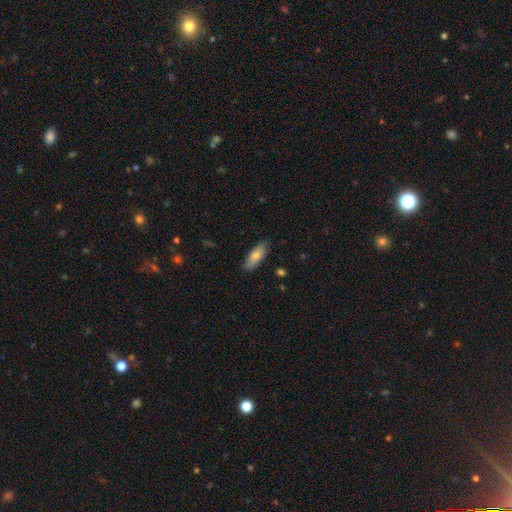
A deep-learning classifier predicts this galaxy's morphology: smooth 76%, featured or disk 18%, star or artifact 6%. Down the decision tree: how rounded — in between (65%); merging — none (86%).